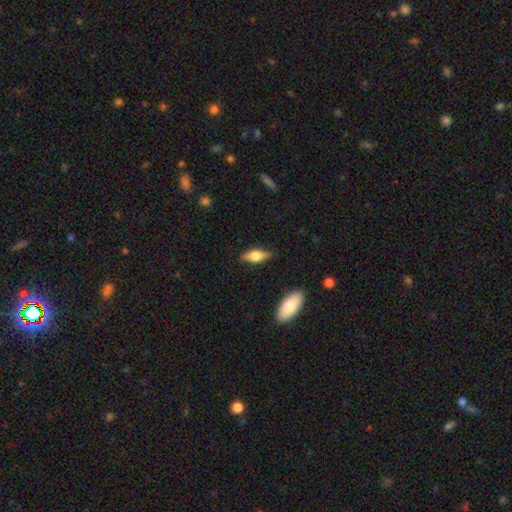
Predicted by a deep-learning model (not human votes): Overall: smooth (52%; featured or disk 41%). How rounded: in between (69%). Merging: none (84%).